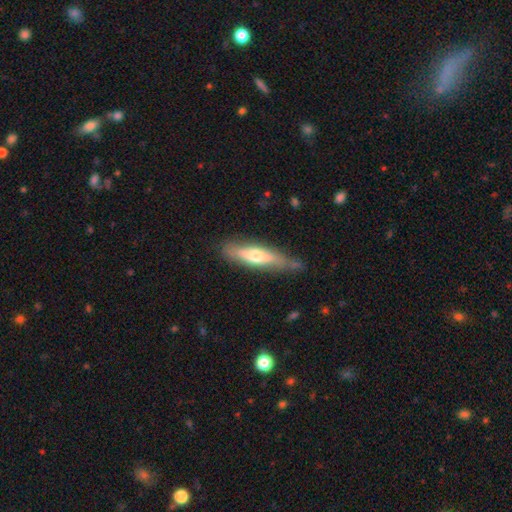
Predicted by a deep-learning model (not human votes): This is possibly a smooth galaxy (50%). How rounded: likely cigar-shaped (70%). Merging: likely none (65%).